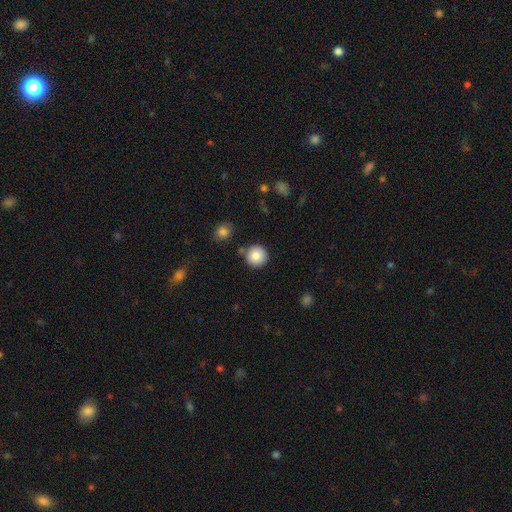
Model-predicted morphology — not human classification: smooth 84%, star or artifact 9%, featured or disk 7%. Down the decision tree: how rounded — round (95%); merging — none (86%).